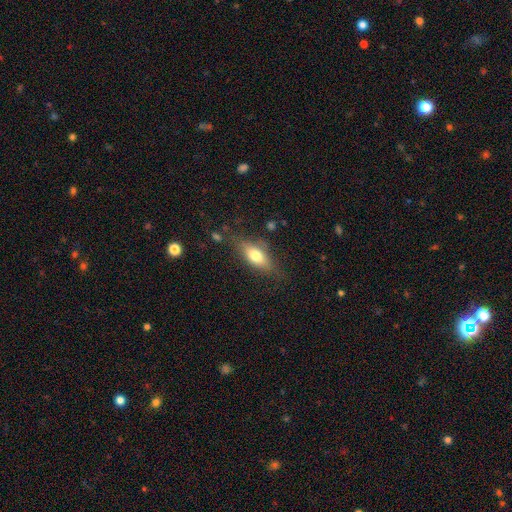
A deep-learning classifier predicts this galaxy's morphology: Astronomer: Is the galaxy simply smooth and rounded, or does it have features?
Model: smooth — 69%.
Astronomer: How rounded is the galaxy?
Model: in between — 73%.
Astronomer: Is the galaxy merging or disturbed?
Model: none — 70%.